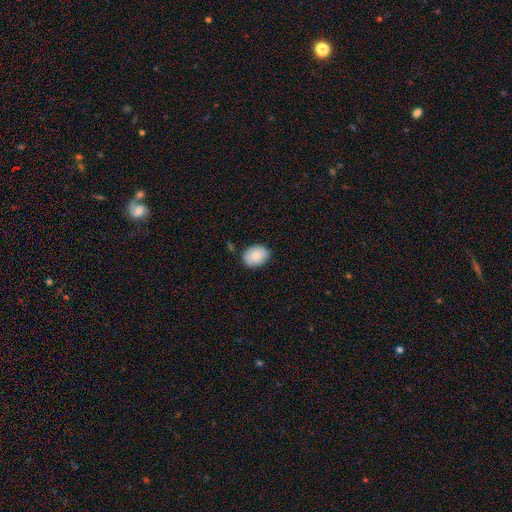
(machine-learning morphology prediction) A smooth galaxy with no disk features (84%) that is in between round and cigar-shaped (67%). Merging: none (82%).